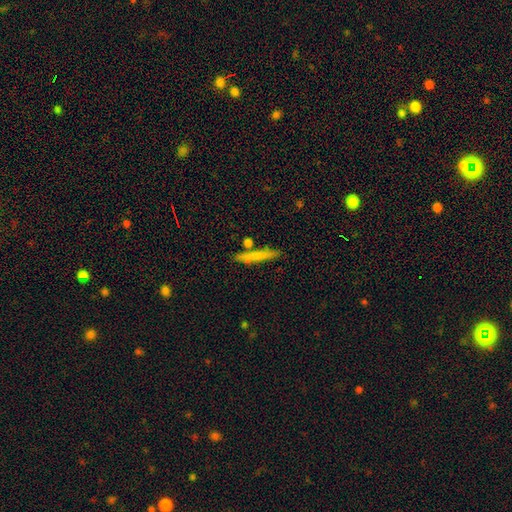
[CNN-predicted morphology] This appears to be a smooth galaxy with no disk features (70%) that is cigar-shaped (93%). Merging: none (82%).